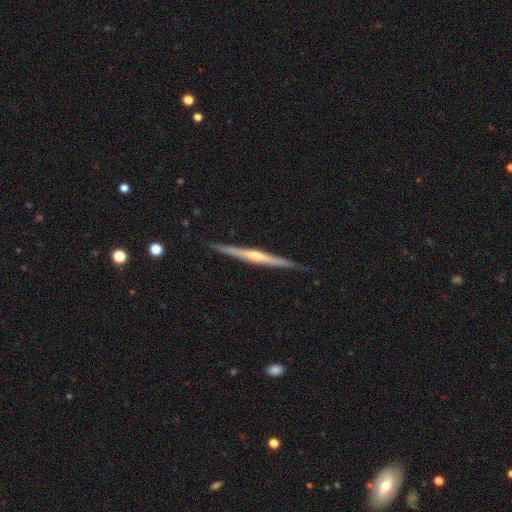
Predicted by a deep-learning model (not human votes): Smooth or featured?
  - featured or disk: 81% *
  - smooth: 13%
  - star or artifact: 5%
Edge-on disk?
  - yes: 98% *
  - no: 2%
Edge-on bulge?
  - rounded: 73% *
  - none: 17%
  - boxy: 9%
Merging?
  - none: 91% *
  - minor disturbance: 7%
  - major disturbance: 1%
  - merger: 1%